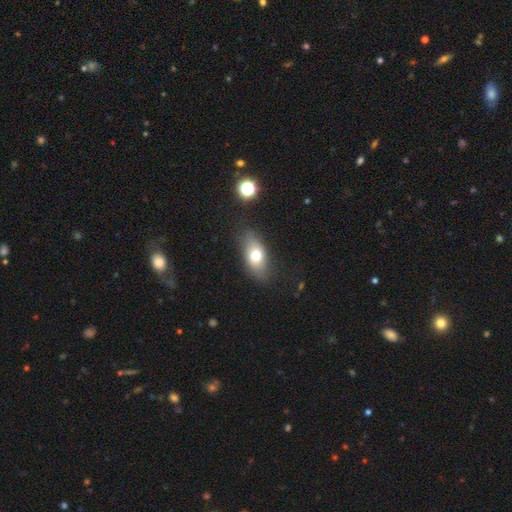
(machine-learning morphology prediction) A smooth galaxy with no disk features (67%) that is in between round and cigar-shaped (81%). Merging: none (78%).